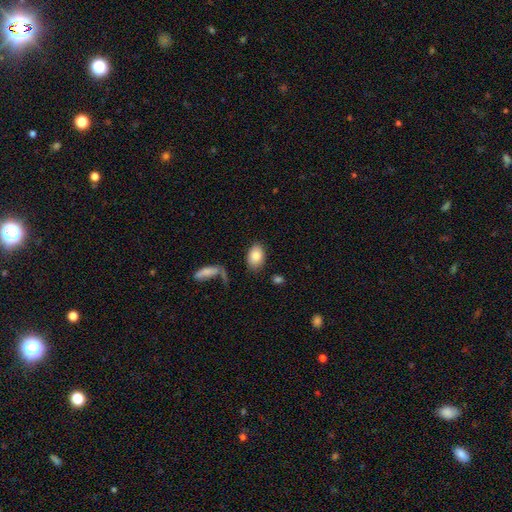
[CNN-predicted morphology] Smooth or featured? smooth (83%)
How rounded? in between (87%)
Merging? none (81%)